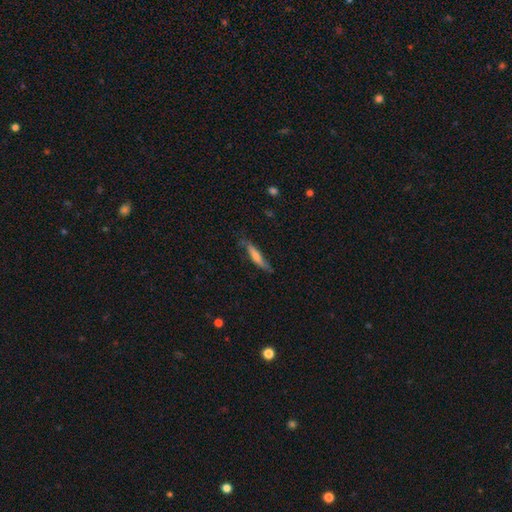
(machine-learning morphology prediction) smooth_or_featured: featured or disk (p=0.48) [alt: smooth p=0.44]
merging: none (p=0.72) [alt: minor disturbance p=0.20]